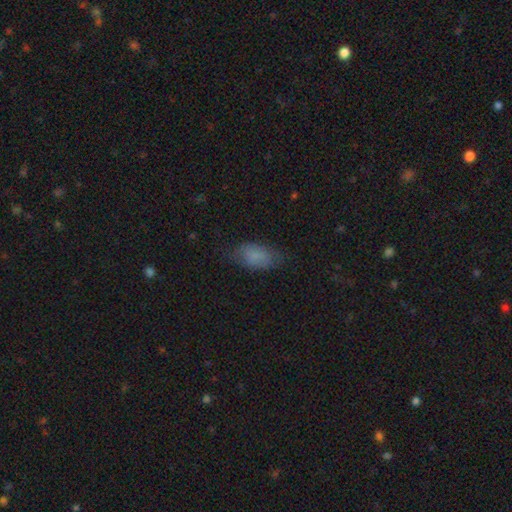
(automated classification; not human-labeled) smooth-or-featured: smooth: 79% | featured or disk: 12% | star or artifact: 9%
  how-rounded: in between: 92% | round: 4% | cigar-shaped: 4%
  merging: none: 68% | minor disturbance: 23% | major disturbance: 8% | merger: 1%